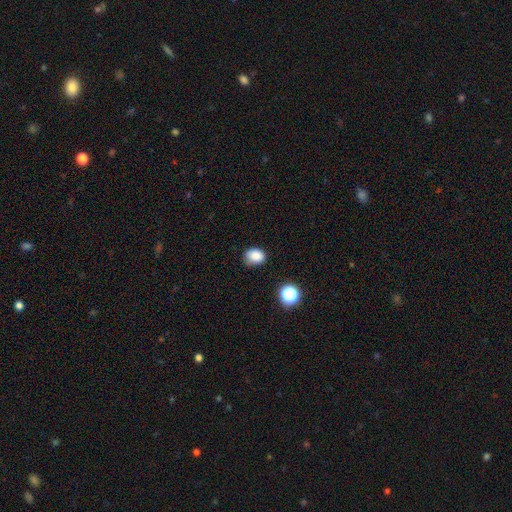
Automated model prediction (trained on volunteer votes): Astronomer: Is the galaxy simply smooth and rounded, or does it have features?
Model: smooth — 84%.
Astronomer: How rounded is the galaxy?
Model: in between — 52% (runner-up: round, 47%).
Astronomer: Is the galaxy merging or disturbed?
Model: none — 69%.